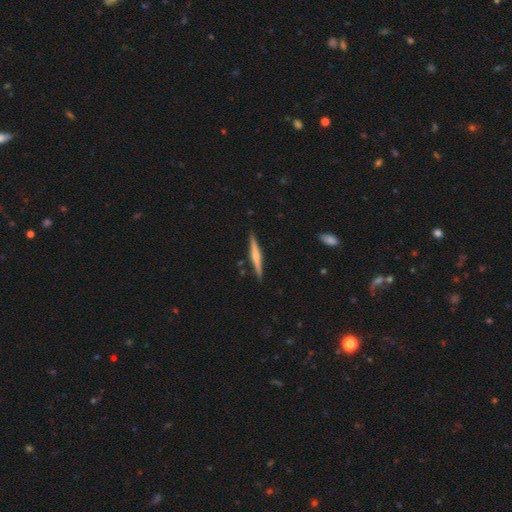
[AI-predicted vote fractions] Smooth or featured?
  - featured or disk: 58% *
  - smooth: 37%
  - star or artifact: 5%
Edge-on disk?
  - yes: 98% *
  - no: 2%
Edge-on bulge?
  - rounded: 62% *
  - none: 22%
  - boxy: 16%
Merging?
  - none: 89% *
  - minor disturbance: 8%
  - merger: 2%
  - major disturbance: 1%